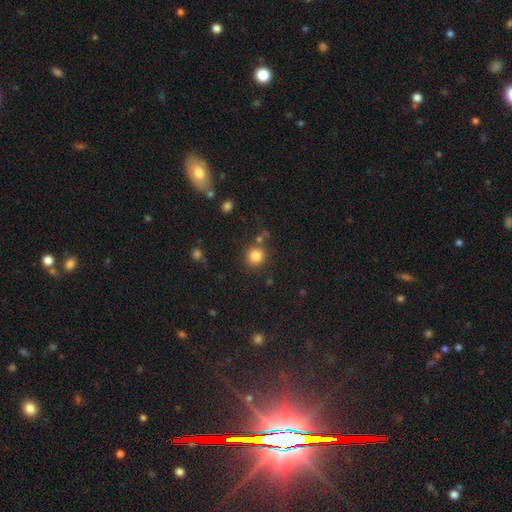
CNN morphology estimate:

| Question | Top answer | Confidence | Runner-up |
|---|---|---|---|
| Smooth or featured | smooth | 83% | star or artifact (12%) |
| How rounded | round | 92% | in between (8%) |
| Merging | none | 81% | minor disturbance (8%) |